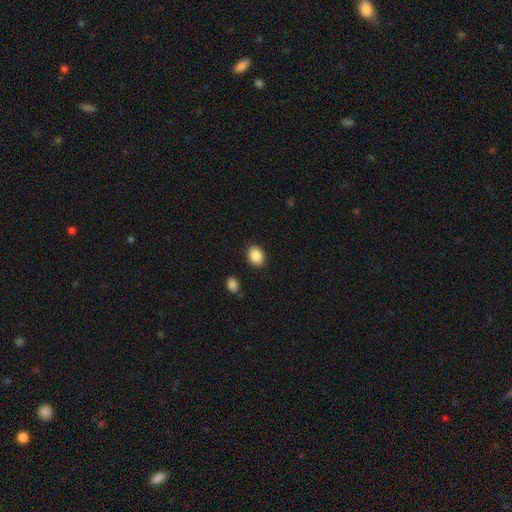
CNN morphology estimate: smooth_or_featured: smooth (p=0.88) [alt: star or artifact p=0.08]
how_rounded: in between (p=0.65) [alt: round p=0.34]
merging: none (p=0.89) [alt: minor disturbance p=0.07]